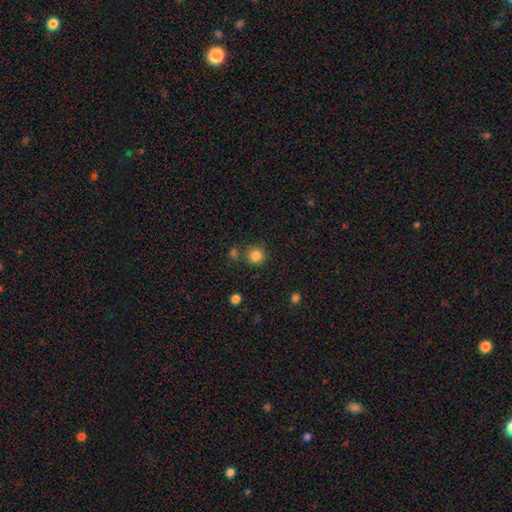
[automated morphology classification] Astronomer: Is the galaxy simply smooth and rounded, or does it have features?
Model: smooth — 85%.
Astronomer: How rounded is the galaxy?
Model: round — 93%.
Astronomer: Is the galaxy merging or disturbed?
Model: none — 78%.